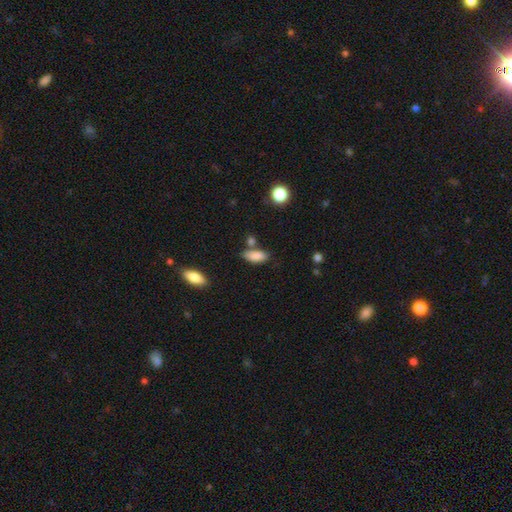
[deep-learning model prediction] The model was most divided on "merging": none: 61%, minor disturbance: 19%, merger: 15%, major disturbance: 5%. More confident: smooth or featured — smooth (85%); how rounded — in between (81%).